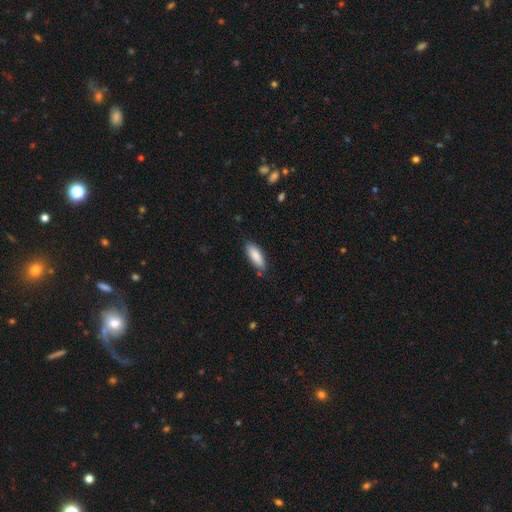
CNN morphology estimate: This is clearly a smooth galaxy (86%). How rounded: likely in between (63%). Merging: clearly none (80%).